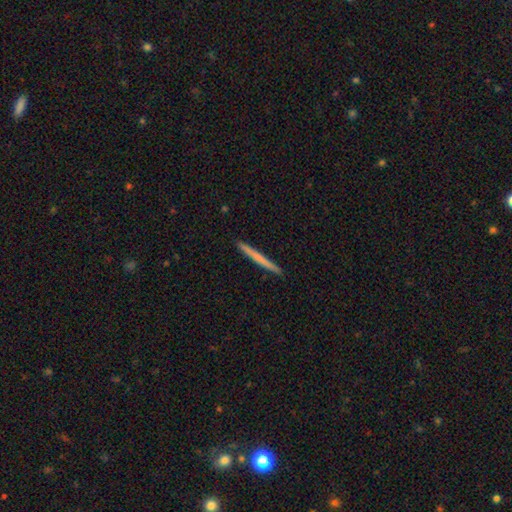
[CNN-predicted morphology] Smooth or featured? smooth (59%)
How rounded? cigar-shaped (97%)
Merging? none (93%)